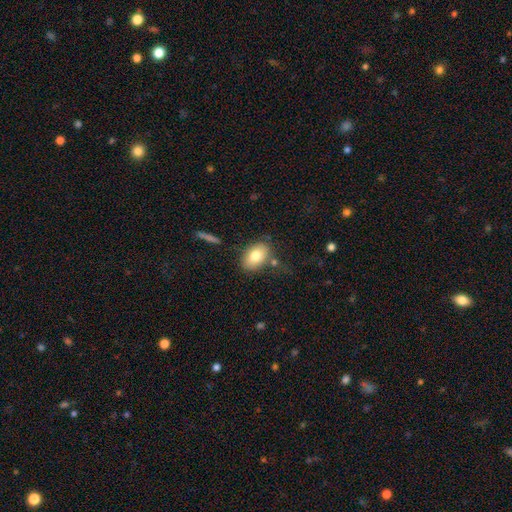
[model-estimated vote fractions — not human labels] The model was most divided on "merging": none: 76%, minor disturbance: 14%, merger: 6%, major disturbance: 4%. More confident: how rounded — in between (86%); smooth or featured — smooth (78%).